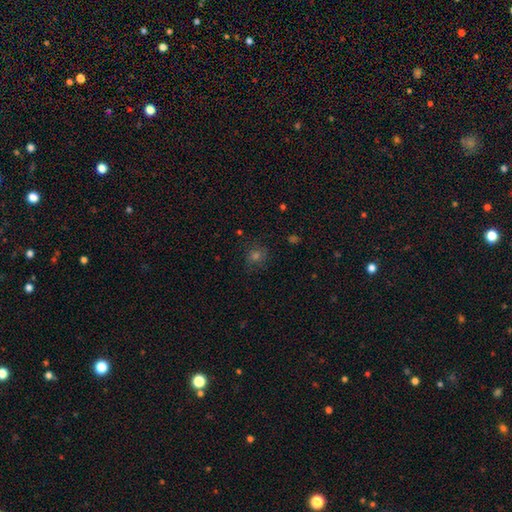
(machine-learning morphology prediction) This is possibly a smooth galaxy (52%). How rounded: clearly round (82%). Merging: clearly none (81%).